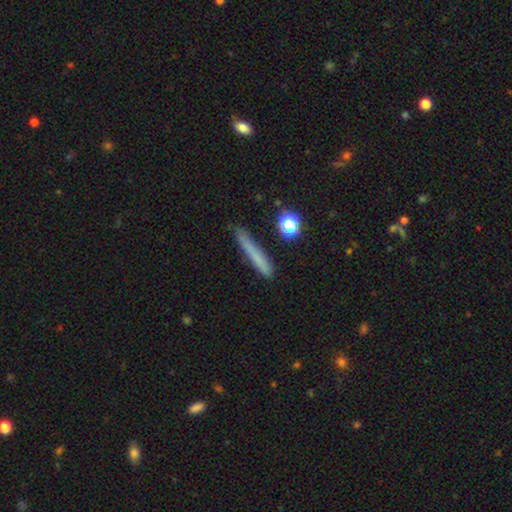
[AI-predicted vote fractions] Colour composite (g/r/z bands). It shows a smooth galaxy with no disk features (71%) that is cigar-shaped (94%). Merging: none (81%).